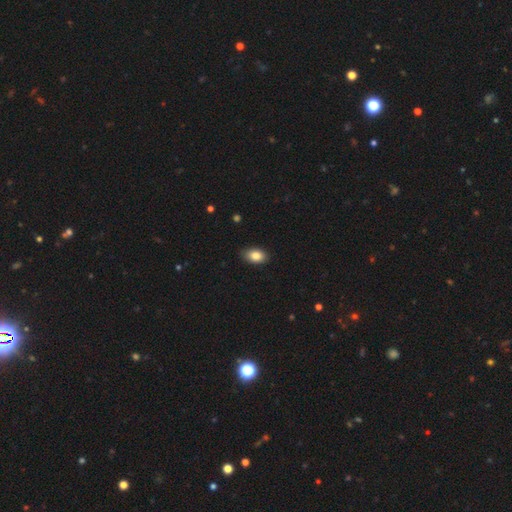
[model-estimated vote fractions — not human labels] This appears to be a smooth galaxy with no disk features (85%) that is in between round and cigar-shaped (89%). Merging: none (86%).